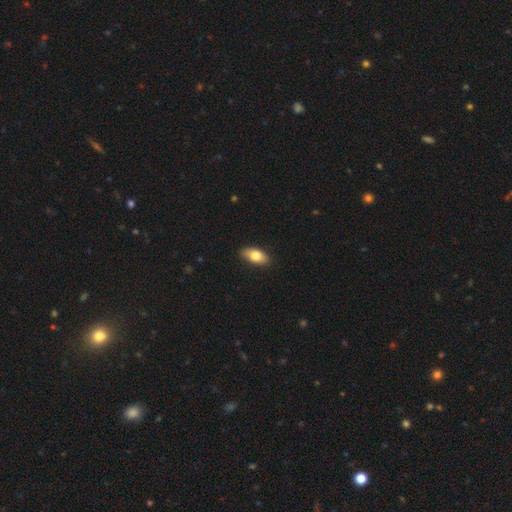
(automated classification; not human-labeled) Smooth or featured: smooth — 78% (featured or disk — 15%)
How rounded: in between — 89% (cigar-shaped — 7%)
Merging: none — 86% (minor disturbance — 11%)